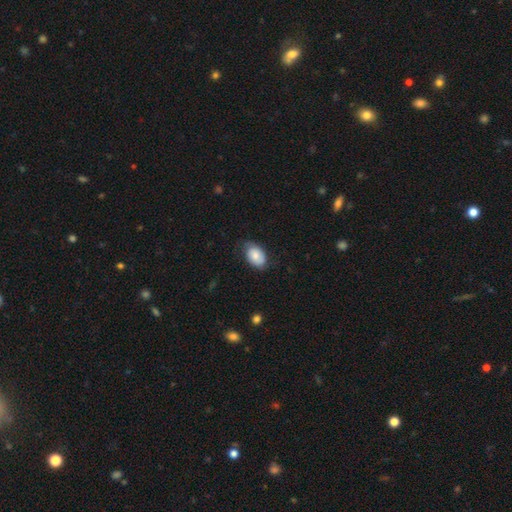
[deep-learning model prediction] Overall: smooth (70%). How rounded: in between (87%). Merging: none (65%; minor disturbance 26%).